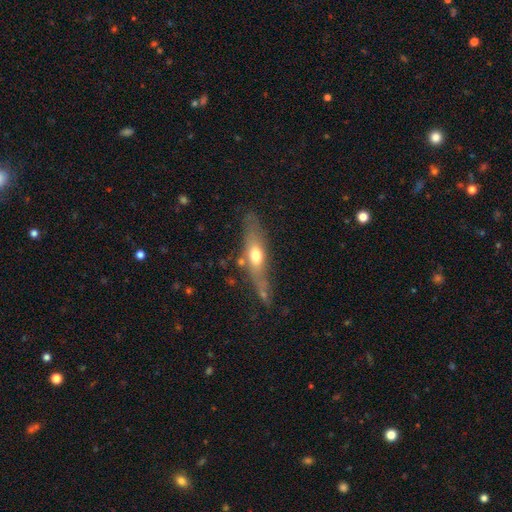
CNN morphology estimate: A smooth galaxy with no disk features (48%).

Vote fractions:
- Smooth or featured? smooth: 48% / featured or disk: 45% / star or artifact: 7%
- Merging? none: 66% / minor disturbance: 20% / major disturbance: 8% / merger: 7%